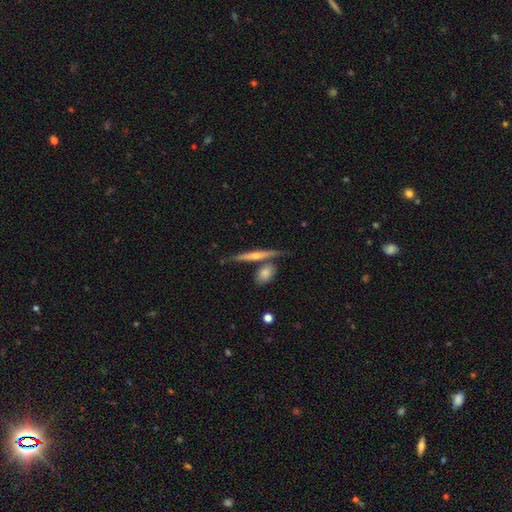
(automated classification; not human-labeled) smooth-or-featured: featured or disk: 58% | smooth: 36% | star or artifact: 6%
  disk-edge-on: yes: 94% | no: 6%
    edge-on-bulge: rounded: 70% | none: 22% | boxy: 8%
  merging: none: 70% | merger: 16% | minor disturbance: 11% | major disturbance: 3%